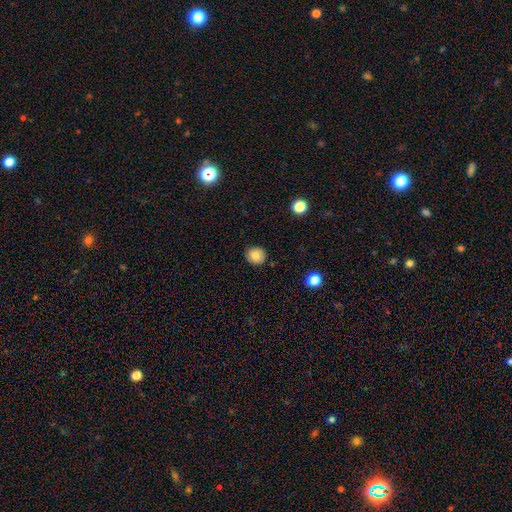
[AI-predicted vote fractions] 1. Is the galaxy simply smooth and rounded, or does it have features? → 83% smooth, 10% star or artifact, 8% featured or disk.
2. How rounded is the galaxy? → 90% round, 9% in between, 1% cigar-shaped.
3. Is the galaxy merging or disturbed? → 90% none, 7% minor disturbance, 2% major disturbance, 1% merger.